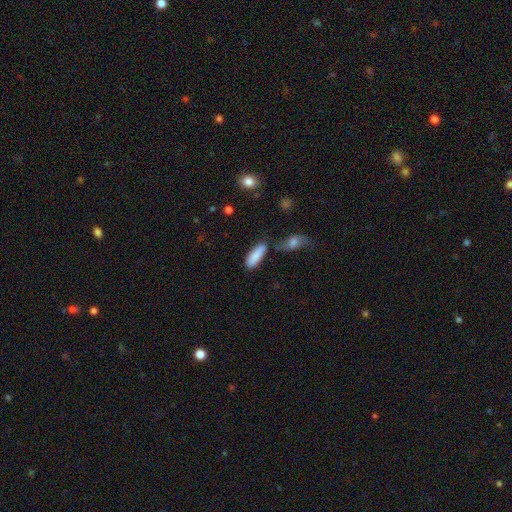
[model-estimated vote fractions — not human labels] smooth-or-featured: smooth: 85% | featured or disk: 8% | star or artifact: 7%
  how-rounded: in between: 63% | cigar-shaped: 35% | round: 2%
  merging: none: 66% | minor disturbance: 17% | merger: 12% | major disturbance: 5%